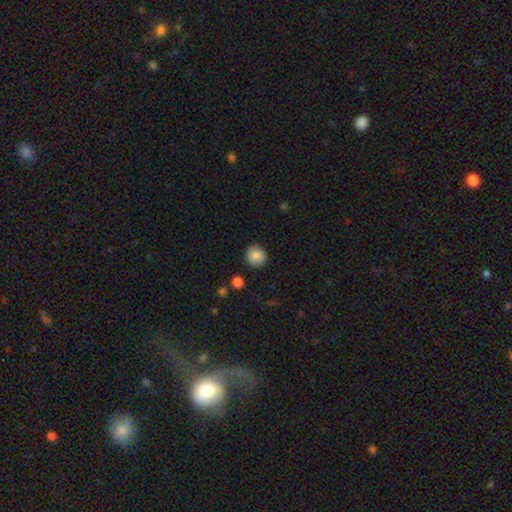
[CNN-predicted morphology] A smooth galaxy with no disk features (85%) that is round (90%). Merging: none (86%).